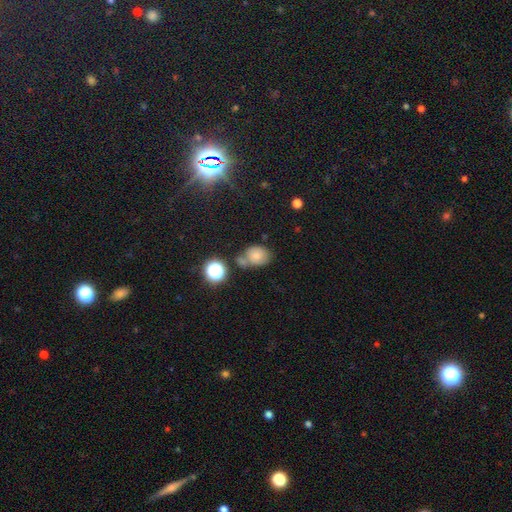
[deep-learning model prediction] Smooth or featured? Predicted: smooth (p=0.73). How rounded? Predicted: in between (p=0.53). Merging? Predicted: none (p=0.50).